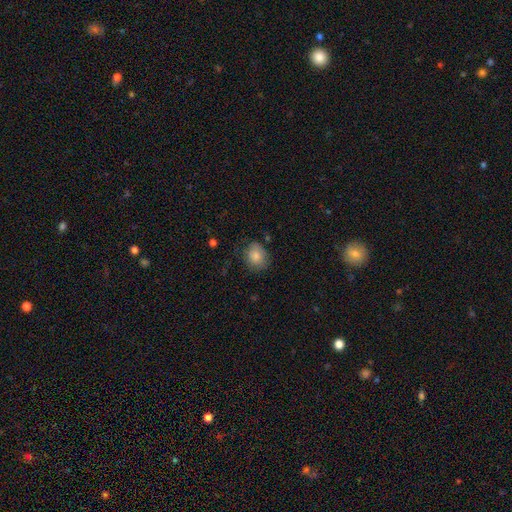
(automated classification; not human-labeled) A smooth galaxy with no disk features (83%) that is round (60%). Merging: none (73%).